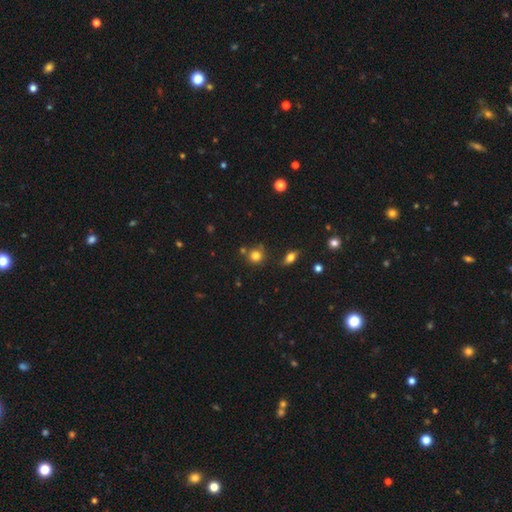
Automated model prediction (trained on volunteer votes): smooth 79%, star or artifact 14%, featured or disk 7%. Down the decision tree: how rounded — round (88%); merging — none (73%).